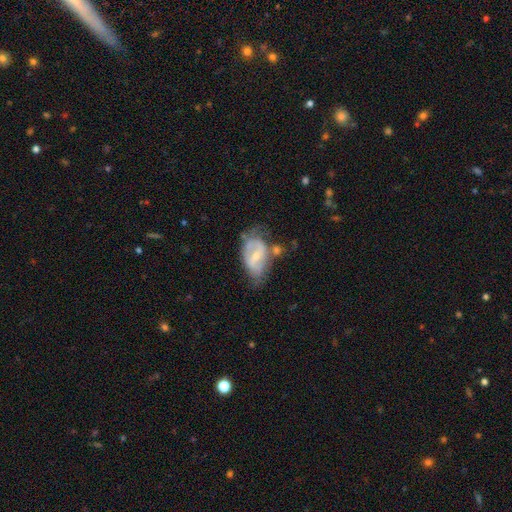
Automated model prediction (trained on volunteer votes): Q: Smooth or featured?
A: featured or disk (63%); runner-up: smooth (30%)
Q: Edge-on disk?
A: no (94%); runner-up: yes (6%)
Q: Bar?
A: weak (45%); runner-up: strong (34%)
Q: Spiral arms?
A: yes (62%); runner-up: no (38%)
Q: Bulge size?
A: small (54%); runner-up: moderate (39%)
Q: Merging?
A: none (40%); runner-up: minor disturbance (29%)